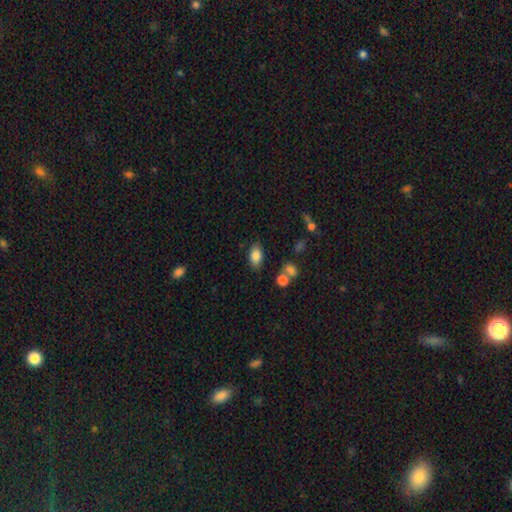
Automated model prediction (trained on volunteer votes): A smooth galaxy with no disk features (84%) that is in between round and cigar-shaped (91%).

Vote fractions:
- Smooth or featured? smooth: 84% / star or artifact: 8% / featured or disk: 8%
- How rounded? in between: 91% / round: 7% / cigar-shaped: 2%
- Merging? none: 79% / minor disturbance: 13% / merger: 5% / major disturbance: 4%